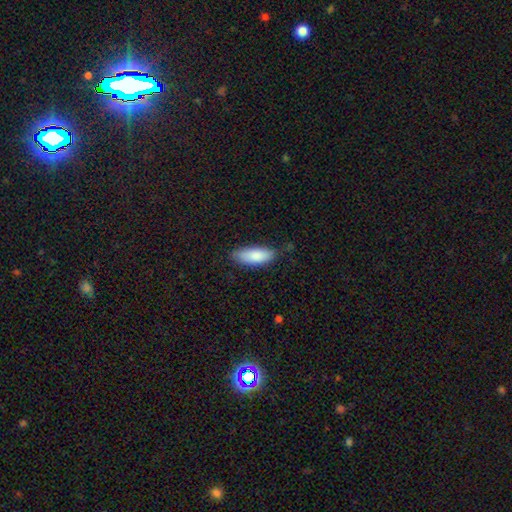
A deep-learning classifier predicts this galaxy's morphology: smooth 86%, featured or disk 8%, star or artifact 6%. Down the decision tree: how rounded — in between (74%); merging — none (76%).